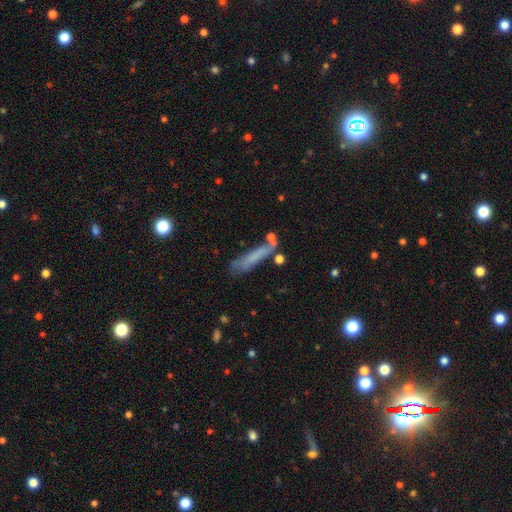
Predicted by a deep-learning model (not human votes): Smooth or featured? smooth (59%)
How rounded? cigar-shaped (86%)
Merging? none (54%)